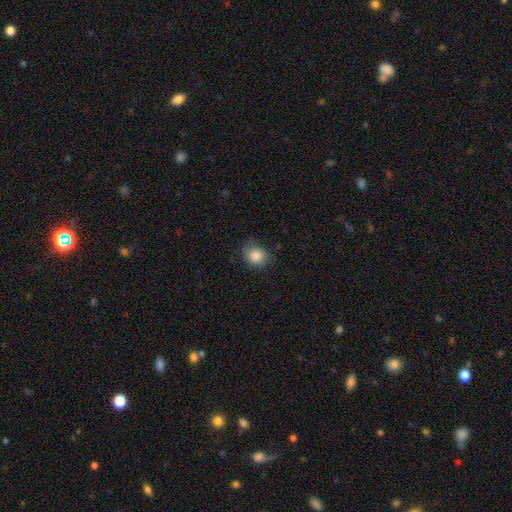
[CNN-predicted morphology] Smooth or featured: smooth — 86% (star or artifact — 8%)
How rounded: round — 75% (in between — 24%)
Merging: none — 66% (minor disturbance — 26%)